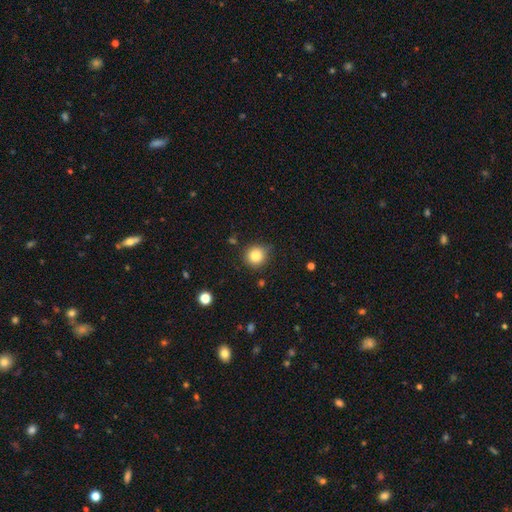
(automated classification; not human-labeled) smooth_or_featured: smooth (p=0.84) [alt: star or artifact p=0.11]
how_rounded: round (p=0.88) [alt: in between p=0.11]
merging: none (p=0.78) [alt: minor disturbance p=0.16]